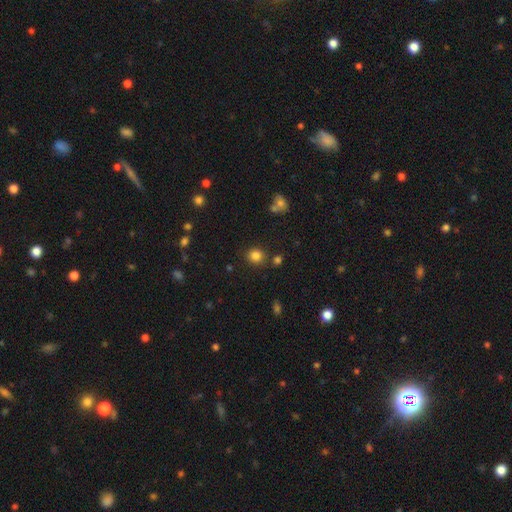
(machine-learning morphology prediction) This appears to be a smooth galaxy with no disk features (82%) that is round (81%). Merging: none (82%).